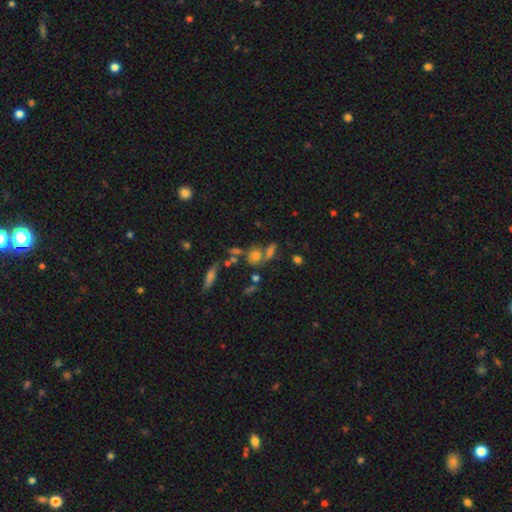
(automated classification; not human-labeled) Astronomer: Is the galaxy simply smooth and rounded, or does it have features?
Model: smooth — 59%.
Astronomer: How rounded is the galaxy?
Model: round — 55% (runner-up: in between, 39%).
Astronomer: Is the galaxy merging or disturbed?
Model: none — 45% (runner-up: merger, 34%).